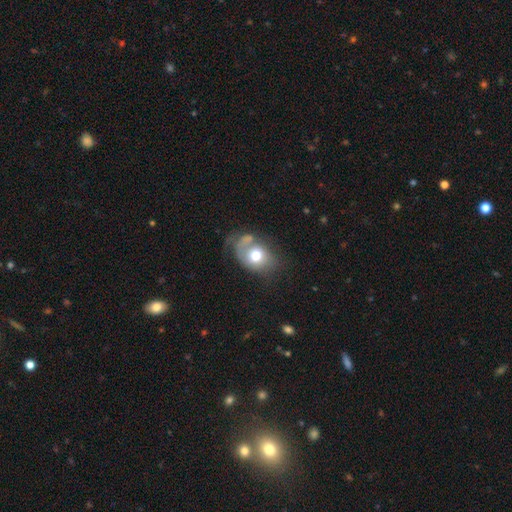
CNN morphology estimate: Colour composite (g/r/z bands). It shows a smooth galaxy with no disk features (63%) that is in between round and cigar-shaped (59%). Merging: none (31%).